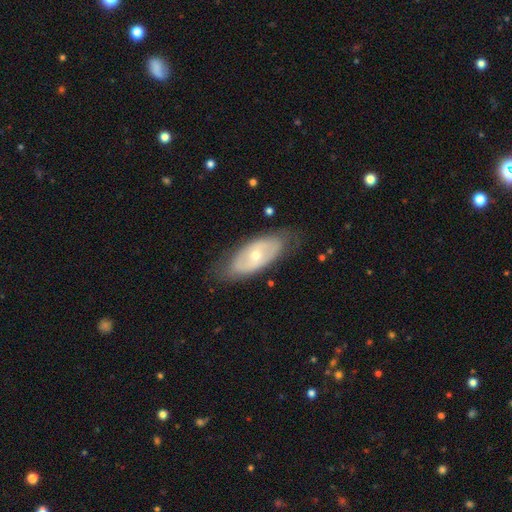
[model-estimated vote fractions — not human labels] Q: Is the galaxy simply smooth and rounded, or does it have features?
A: featured or disk — 59%.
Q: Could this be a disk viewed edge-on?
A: no — 86%.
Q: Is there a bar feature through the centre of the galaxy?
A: no — 73%.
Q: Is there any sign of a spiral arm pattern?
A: no — 63%.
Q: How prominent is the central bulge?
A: small — 53%.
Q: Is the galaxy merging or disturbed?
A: none — 75%.